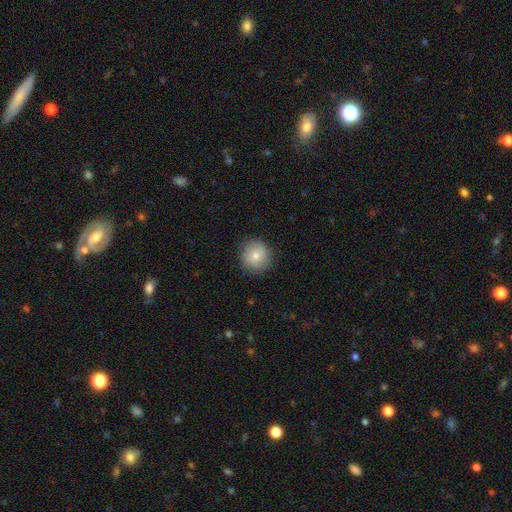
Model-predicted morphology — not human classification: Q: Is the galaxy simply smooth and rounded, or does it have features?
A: smooth — 71%.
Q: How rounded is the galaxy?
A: round — 91%.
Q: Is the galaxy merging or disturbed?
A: none — 85%.